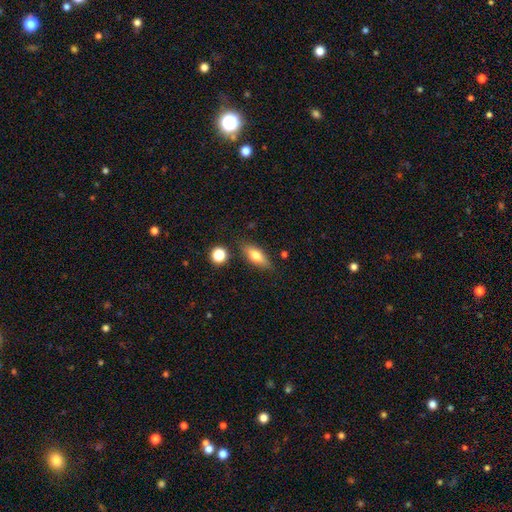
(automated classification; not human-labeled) This is likely a smooth galaxy (68%). How rounded: likely in between (71%). Merging: likely none (79%).